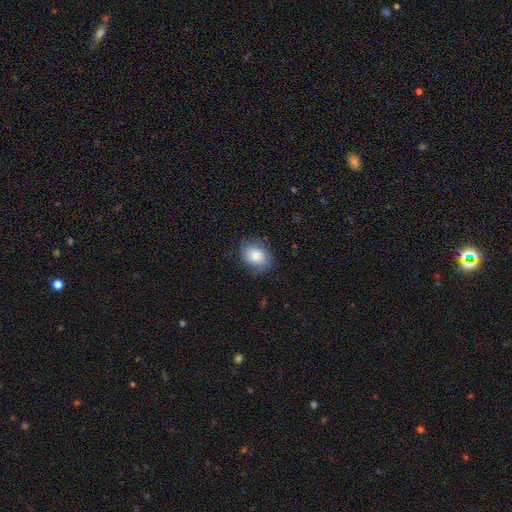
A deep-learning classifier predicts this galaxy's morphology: Smooth or featured: smooth — 82% (featured or disk — 10%)
How rounded: in between — 68% (round — 31%)
Merging: none — 76% (minor disturbance — 18%)